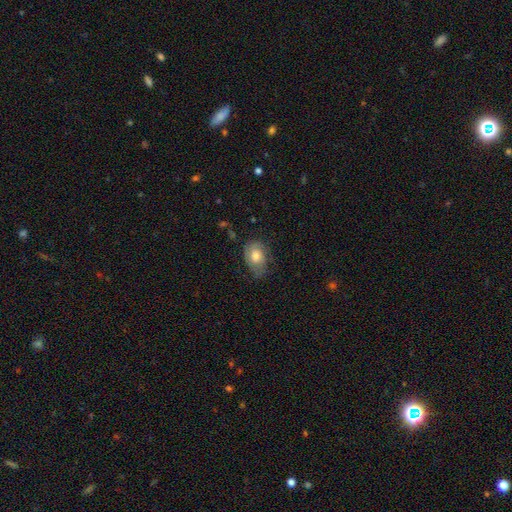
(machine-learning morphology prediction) This appears to be a smooth galaxy with no disk features (65%) that is in between round and cigar-shaped (72%). Merging: none (52%).